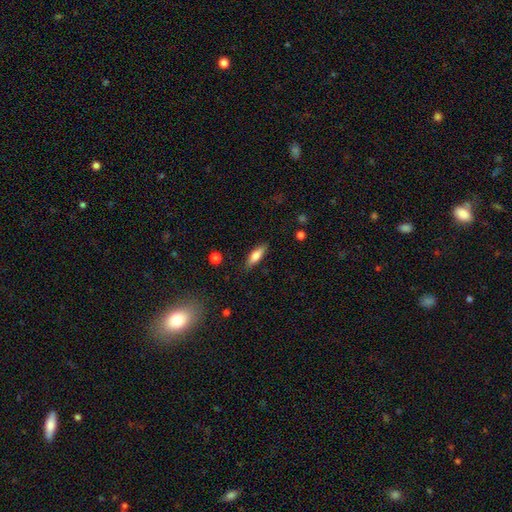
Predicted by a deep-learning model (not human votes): Morphology: type=smooth (69%); roundness=cigar-shaped (51%); merging=none (85%).